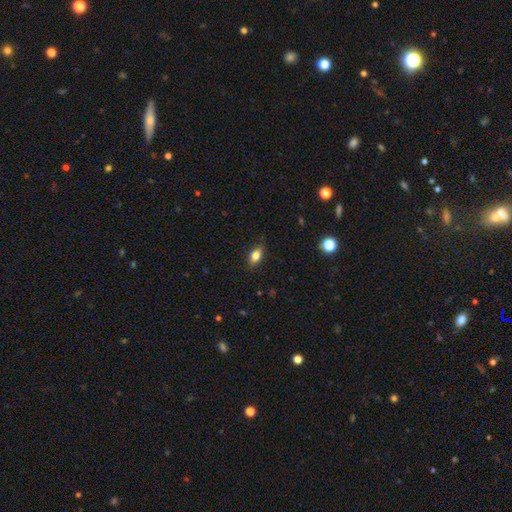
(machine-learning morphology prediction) Q: Smooth or featured?
A: smooth (78%); runner-up: featured or disk (12%)
Q: How rounded?
A: in between (80%); runner-up: round (14%)
Q: Merging?
A: none (85%); runner-up: minor disturbance (12%)